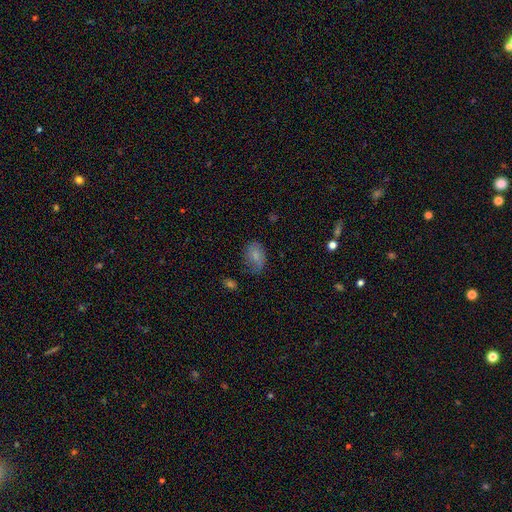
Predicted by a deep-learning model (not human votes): Smooth or featured? Predicted: smooth (p=0.75). How rounded? Predicted: in between (p=0.84). Merging? Predicted: none (p=0.58).